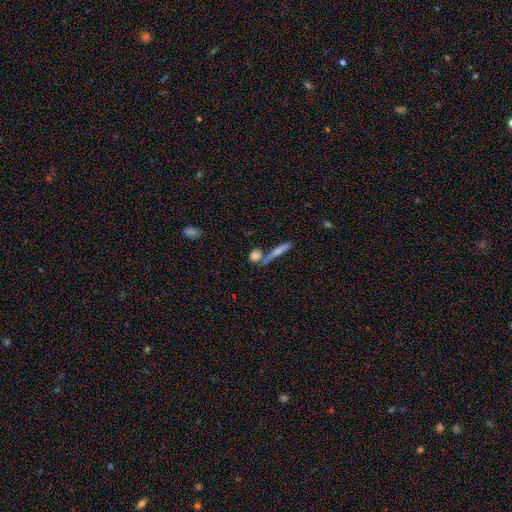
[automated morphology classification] Smooth or featured: smooth — 73% (featured or disk — 16%)
How rounded: round — 40% (cigar-shaped — 32%)
Merging: none — 55% (merger — 29%)